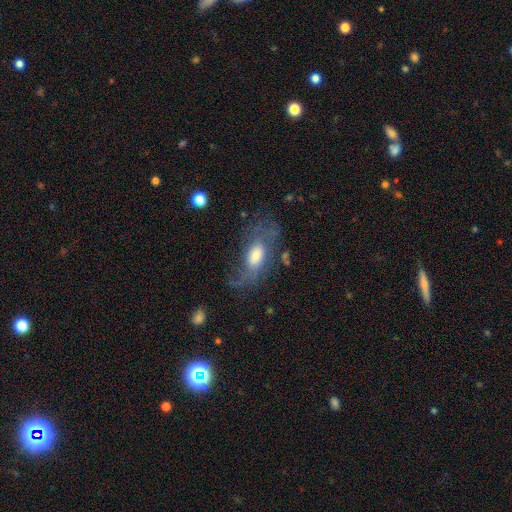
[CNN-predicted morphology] This appears to be a featured or disk galaxy (59%) with no bar (62%), spiral arms (77%) and a moderate central bulge (44%). Merging: none (50%).